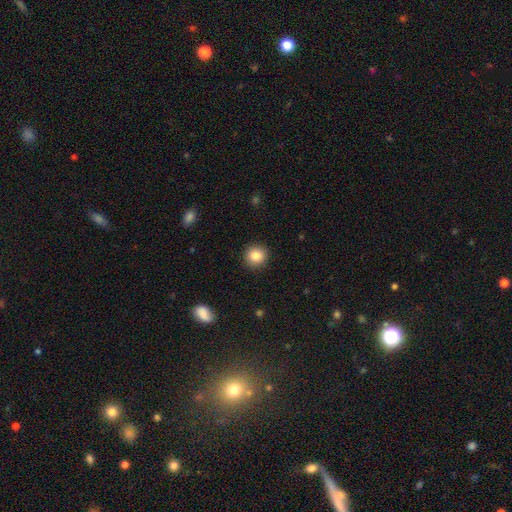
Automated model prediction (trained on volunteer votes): smooth-or-featured: smooth: 85% | star or artifact: 9% | featured or disk: 5%
  how-rounded: round: 92% | in between: 7% | cigar-shaped: 1%
  merging: none: 91% | minor disturbance: 6% | major disturbance: 2% | merger: 1%